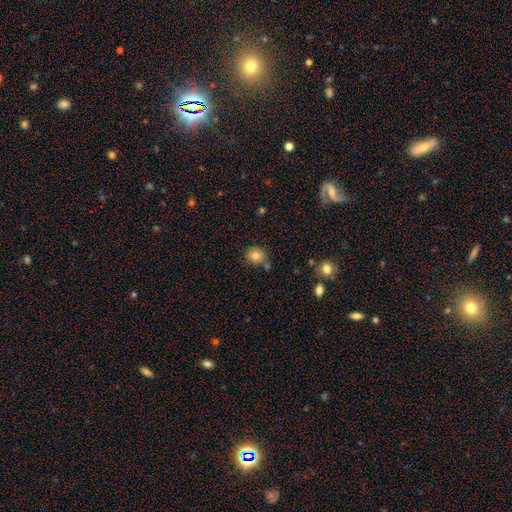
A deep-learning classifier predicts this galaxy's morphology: Overall: smooth (79%). How rounded: round (75%). Merging: none (72%).